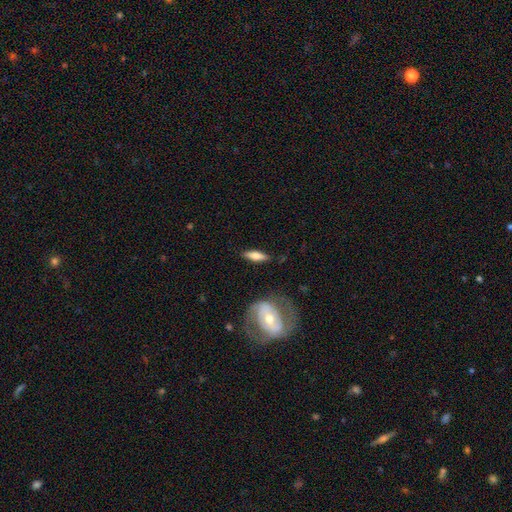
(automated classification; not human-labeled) Morphology: type=smooth (63%); roundness=cigar-shaped (49%); merging=none (82%).